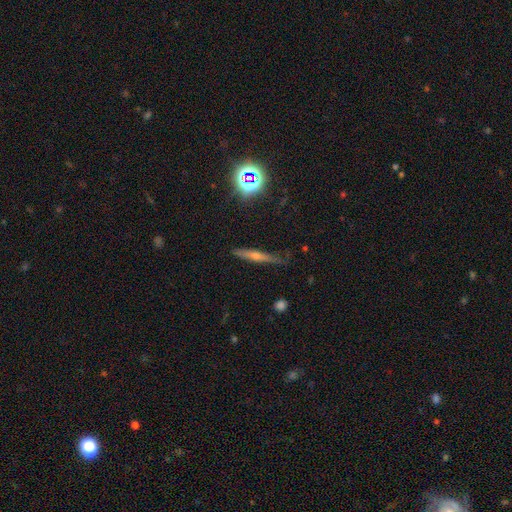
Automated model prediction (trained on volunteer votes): Smooth or featured: featured or disk — 54% (smooth — 32%)
Edge-on disk: yes — 93% (no — 7%)
Edge-on bulge: rounded — 78% (none — 17%)
Merging: none — 82% (minor disturbance — 14%)